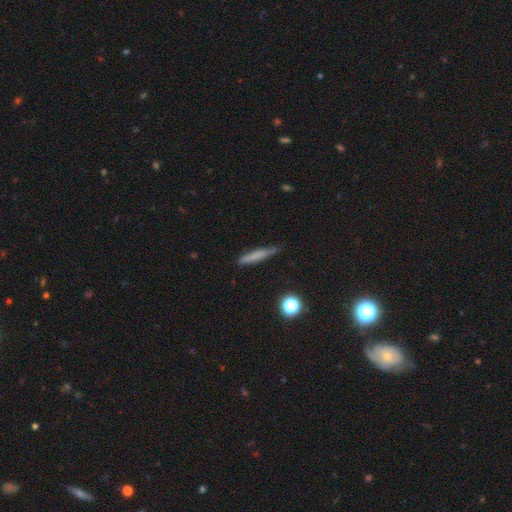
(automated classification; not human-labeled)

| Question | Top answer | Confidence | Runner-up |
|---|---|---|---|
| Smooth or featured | smooth | 69% | featured or disk (22%) |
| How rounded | cigar-shaped | 92% | in between (5%) |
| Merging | none | 82% | minor disturbance (14%) |